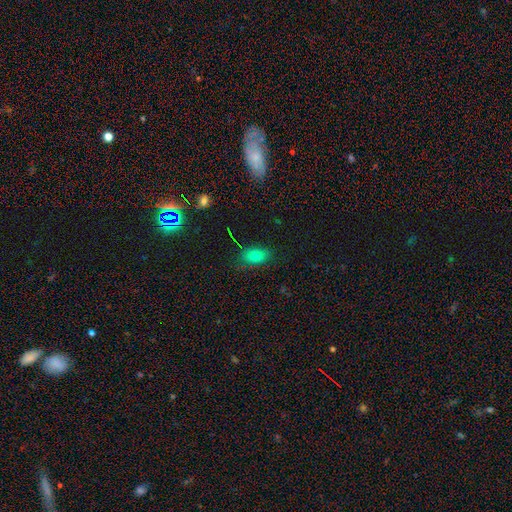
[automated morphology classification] type=smooth (77%); roundness=in between (86%); merging=none (79%).